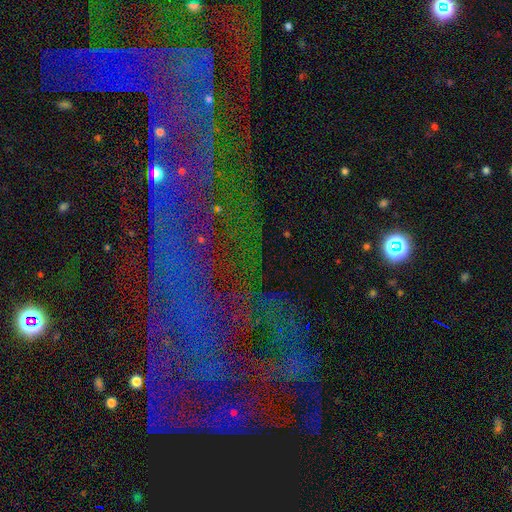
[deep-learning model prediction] Smooth or featured? Predicted: star or artifact (p=0.71).